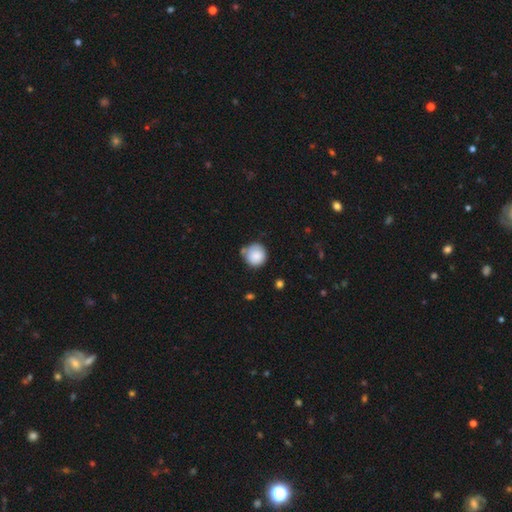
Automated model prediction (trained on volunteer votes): Smooth or featured? Predicted: smooth (p=0.86). How rounded? Predicted: round (p=0.93). Merging? Predicted: none (p=0.67).